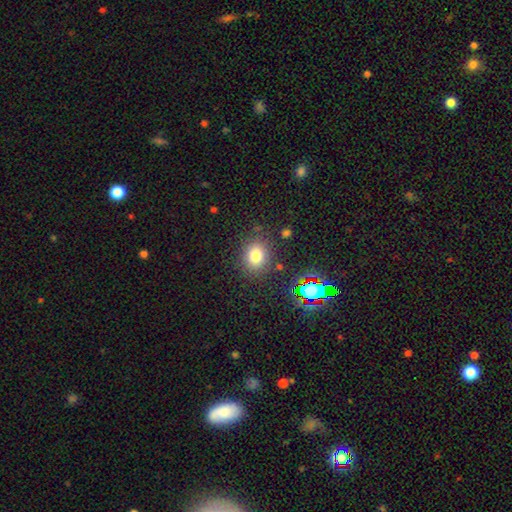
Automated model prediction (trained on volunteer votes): smooth_or_featured: smooth (p=0.77) [alt: star or artifact p=0.15]
how_rounded: round (p=0.61) [alt: in between p=0.38]
merging: none (p=0.82) [alt: minor disturbance p=0.11]